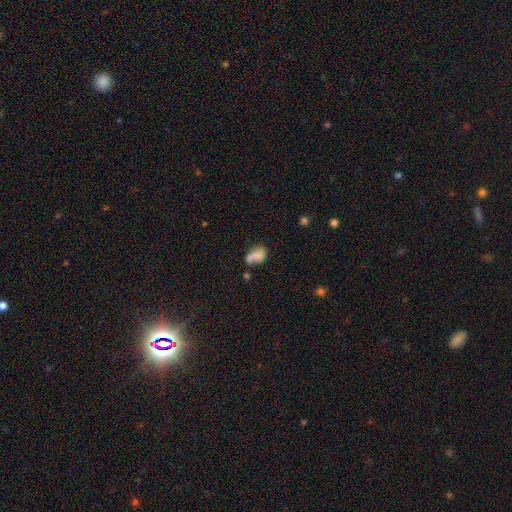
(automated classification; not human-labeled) This is likely a smooth galaxy (67%). How rounded: clearly in between (82%). Merging: marginally none (33%).